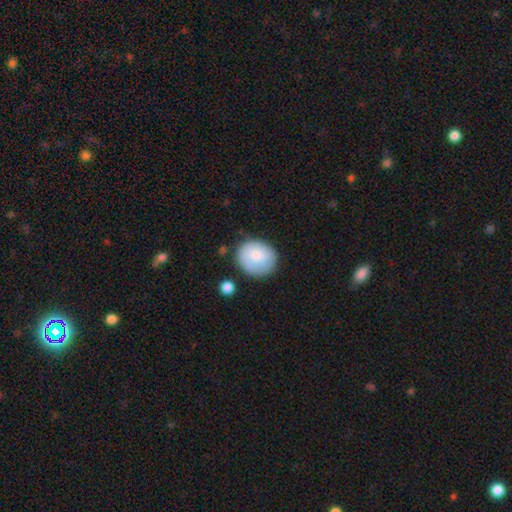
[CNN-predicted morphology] Smooth or featured? Predicted: smooth (p=0.77). How rounded? Predicted: round (p=0.69). Merging? Predicted: none (p=0.70).